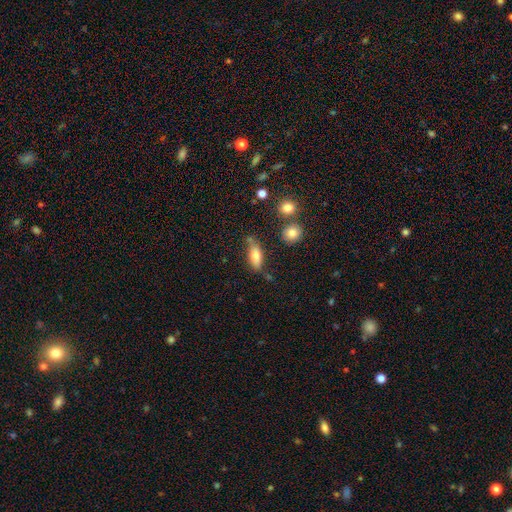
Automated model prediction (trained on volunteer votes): smooth-or-featured: smooth: 79% | featured or disk: 13% | star or artifact: 9%
  how-rounded: in between: 76% | cigar-shaped: 20% | round: 4%
  merging: none: 60% | minor disturbance: 24% | merger: 9% | major disturbance: 7%